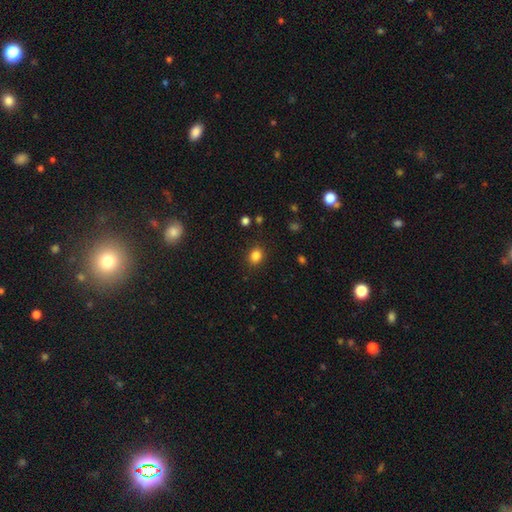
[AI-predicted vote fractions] Smooth or featured? smooth (84%)
How rounded? round (60%)
Merging? none (88%)